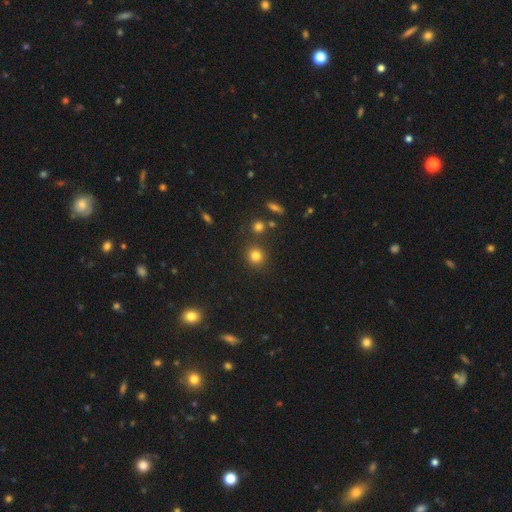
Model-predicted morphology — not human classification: This is clearly a smooth galaxy (81%). How rounded: clearly round (89%). Merging: clearly none (83%).